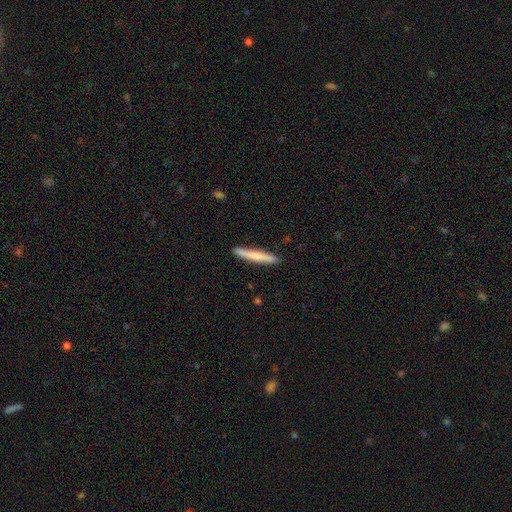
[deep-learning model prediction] Overall: smooth (67%; featured or disk 27%). How rounded: cigar-shaped (96%). Merging: none (90%).